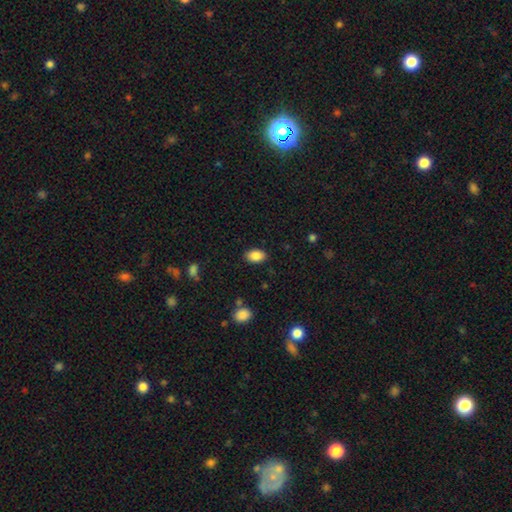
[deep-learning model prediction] Overall: smooth (87%). How rounded: in between (88%). Merging: none (86%).